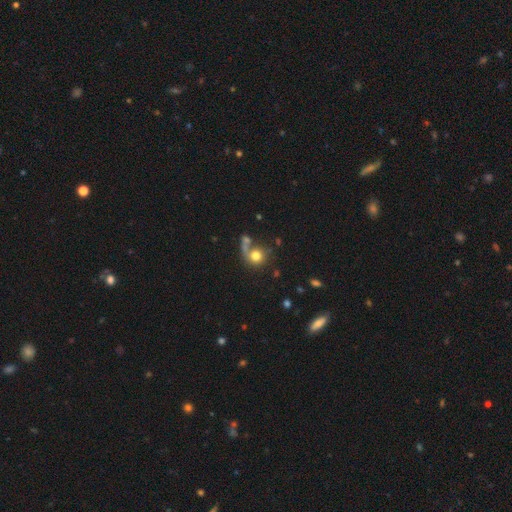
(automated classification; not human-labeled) Smooth or featured?
  - smooth: 69% *
  - featured or disk: 21%
  - star or artifact: 10%
How rounded?
  - round: 85% *
  - in between: 13%
  - cigar-shaped: 1%
Merging?
  - none: 41% *
  - merger: 27%
  - major disturbance: 20%
  - minor disturbance: 13%